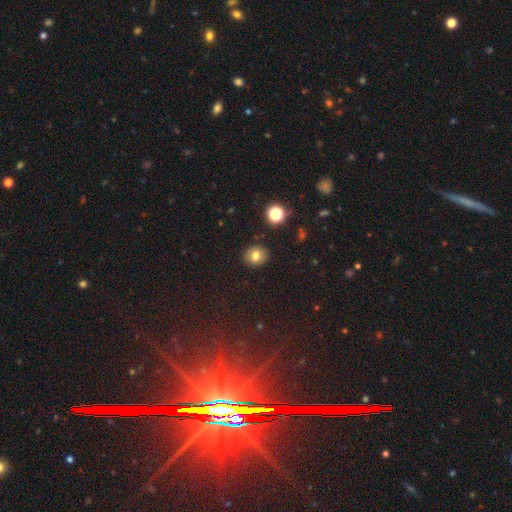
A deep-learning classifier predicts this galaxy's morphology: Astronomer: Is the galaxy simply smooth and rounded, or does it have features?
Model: smooth — 77%.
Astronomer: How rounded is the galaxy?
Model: round — 69%.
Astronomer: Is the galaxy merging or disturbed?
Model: none — 88%.